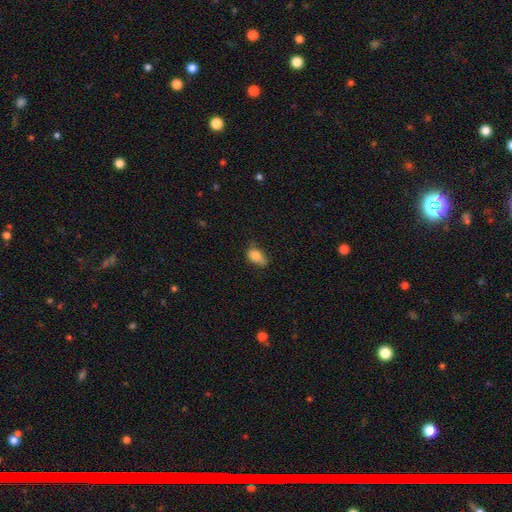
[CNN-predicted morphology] The model was most divided on "merging": none: 50%, minor disturbance: 37%, major disturbance: 11%, merger: 2%. More confident: how rounded — in between (86%); smooth or featured — smooth (81%).